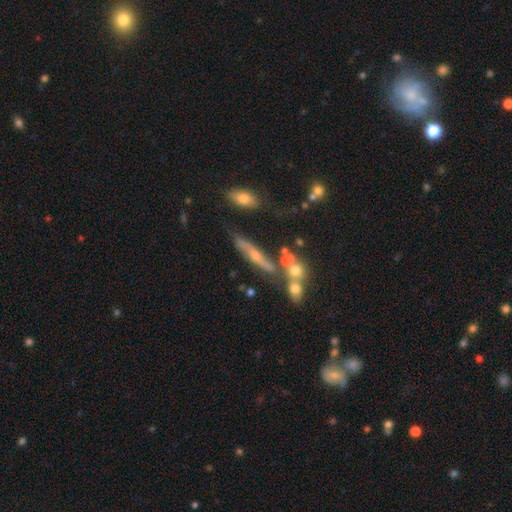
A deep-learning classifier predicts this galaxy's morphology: The model was most divided on "smooth or featured": featured or disk: 58%, smooth: 30%, star or artifact: 12%. More confident: edge-on disk — yes (72%); merging — none (56%).